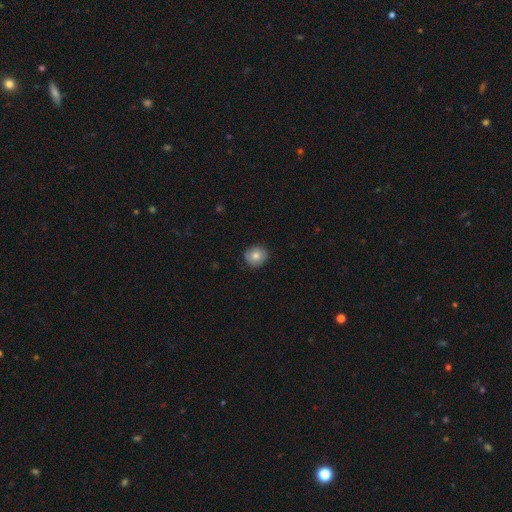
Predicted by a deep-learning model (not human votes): smooth_or_featured: smooth (p=0.79) [alt: featured or disk p=0.12]
how_rounded: round (p=0.87) [alt: in between p=0.12]
merging: none (p=0.87) [alt: minor disturbance p=0.10]